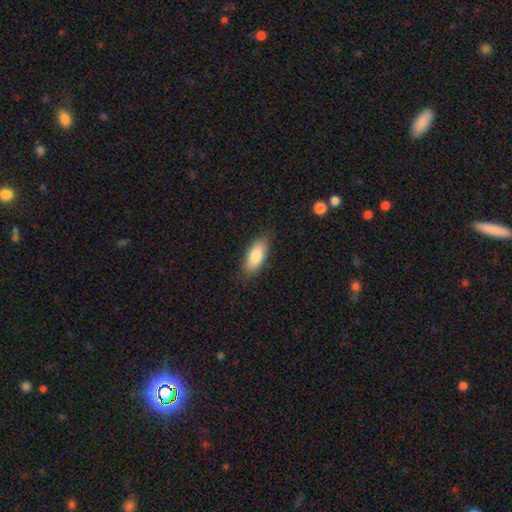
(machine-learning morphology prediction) This is clearly a smooth galaxy (82%). How rounded: clearly in between (84%). Merging: clearly none (84%).